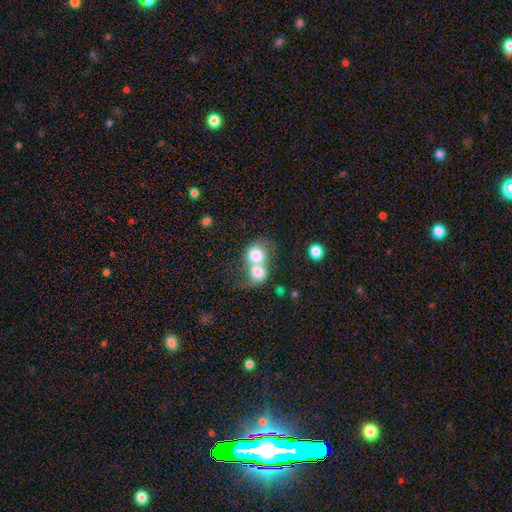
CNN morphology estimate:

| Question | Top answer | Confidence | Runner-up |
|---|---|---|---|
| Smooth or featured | smooth | 75% | featured or disk (17%) |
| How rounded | round | 72% | in between (27%) |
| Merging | merger | 76% | none (16%) |